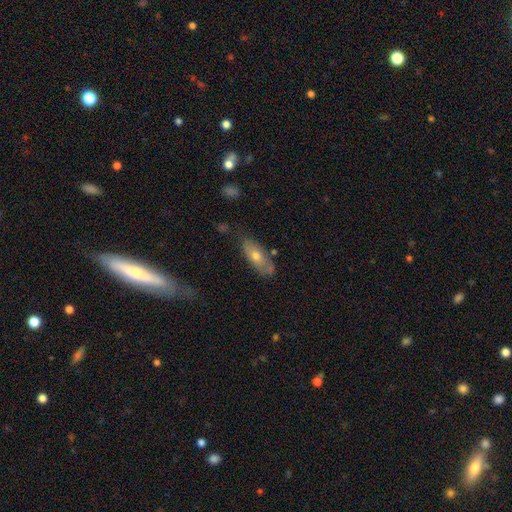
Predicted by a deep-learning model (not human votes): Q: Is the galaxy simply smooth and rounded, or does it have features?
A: smooth — 58%.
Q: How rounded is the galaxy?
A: in between — 77%.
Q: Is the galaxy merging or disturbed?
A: none — 66%.